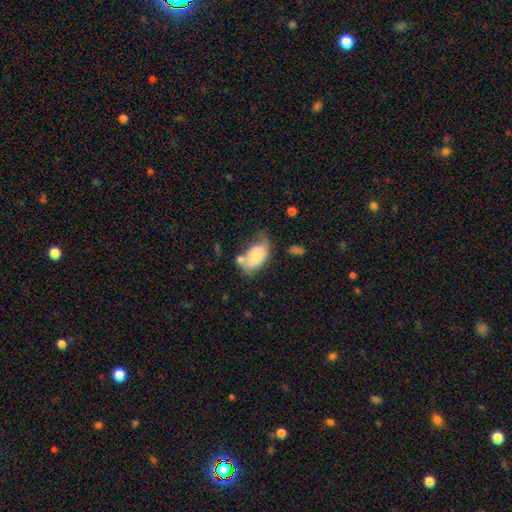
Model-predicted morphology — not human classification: smooth_or_featured: smooth (p=0.64) [alt: featured or disk p=0.29]
how_rounded: in between (p=0.90) [alt: round p=0.08]
merging: minor disturbance (p=0.31) [tied with: none p=0.31]